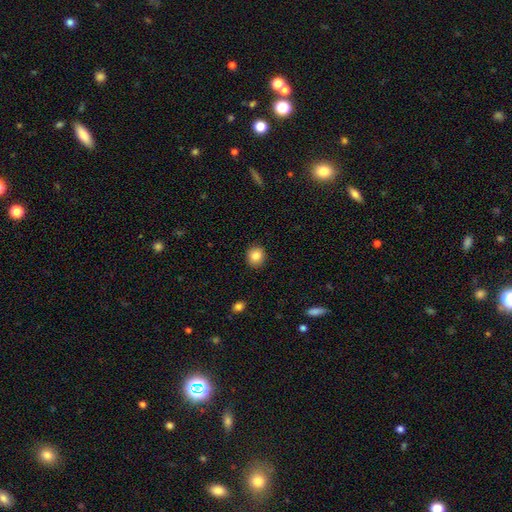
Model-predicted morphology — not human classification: smooth-or-featured: smooth: 84% | star or artifact: 10% | featured or disk: 7%
  how-rounded: round: 84% | in between: 15% | cigar-shaped: 1%
  merging: none: 91% | minor disturbance: 6% | major disturbance: 2% | merger: 1%